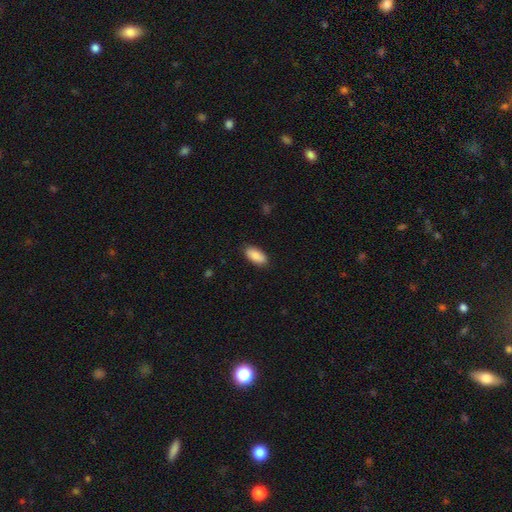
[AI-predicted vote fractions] Q: Smooth or featured?
A: smooth (88%); runner-up: featured or disk (6%)
Q: How rounded?
A: in between (91%); runner-up: cigar-shaped (7%)
Q: Merging?
A: none (87%); runner-up: minor disturbance (10%)